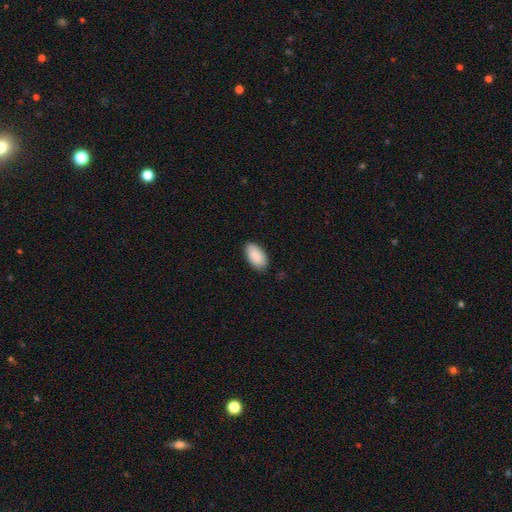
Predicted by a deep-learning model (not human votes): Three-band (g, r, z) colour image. It shows a smooth galaxy with no disk features (90%) that is in between round and cigar-shaped (96%). Merging: none (84%).